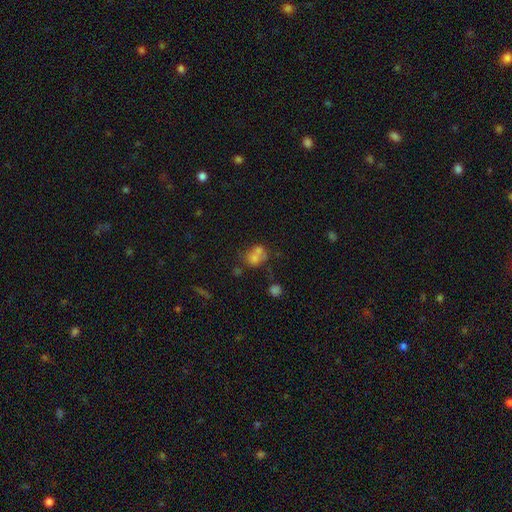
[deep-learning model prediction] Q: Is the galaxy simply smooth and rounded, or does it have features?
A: smooth — 63%.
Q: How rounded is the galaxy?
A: round — 60%.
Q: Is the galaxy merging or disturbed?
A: merger — 54%.